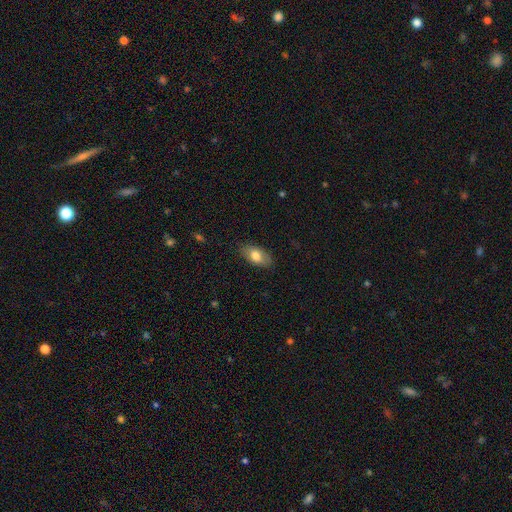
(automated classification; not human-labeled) This appears to be a smooth galaxy with no disk features (77%) that is in between round and cigar-shaped (92%). Merging: none (83%).